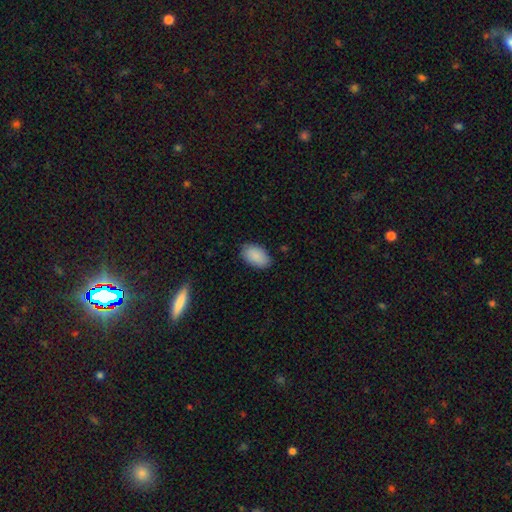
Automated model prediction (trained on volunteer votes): Smooth or featured? smooth (89%)
How rounded? in between (94%)
Merging? none (85%)